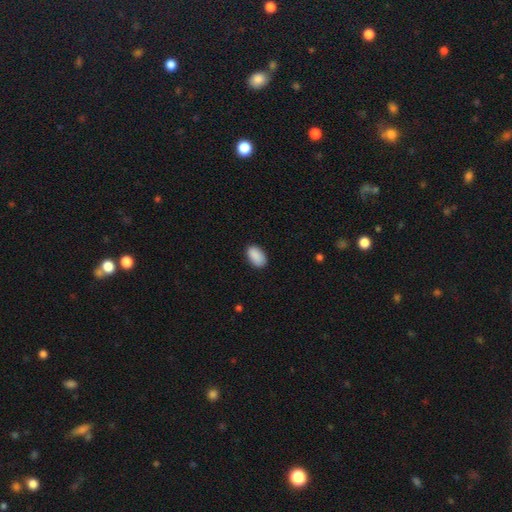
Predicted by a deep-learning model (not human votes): smooth 90%, star or artifact 7%, featured or disk 3%. Down the decision tree: how rounded — in between (93%); merging — none (86%).